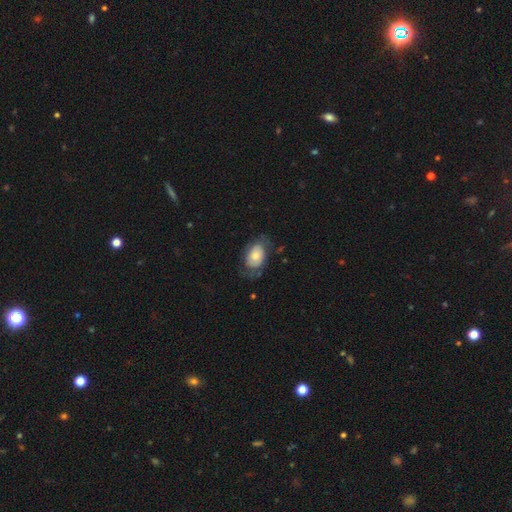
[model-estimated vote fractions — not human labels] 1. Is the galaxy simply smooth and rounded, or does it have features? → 58% smooth, 36% featured or disk, 7% star or artifact.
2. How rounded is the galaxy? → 84% in between, 15% round, 1% cigar-shaped.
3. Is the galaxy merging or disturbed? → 55% none, 25% minor disturbance, 19% major disturbance, 2% merger.